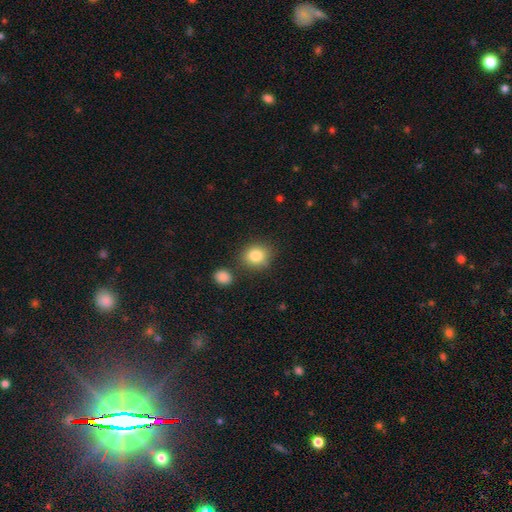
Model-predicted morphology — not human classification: smooth_or_featured: smooth (p=0.84) [alt: star or artifact p=0.09]
how_rounded: round (p=0.71) [alt: in between p=0.28]
merging: none (p=0.78) [alt: minor disturbance p=0.11]